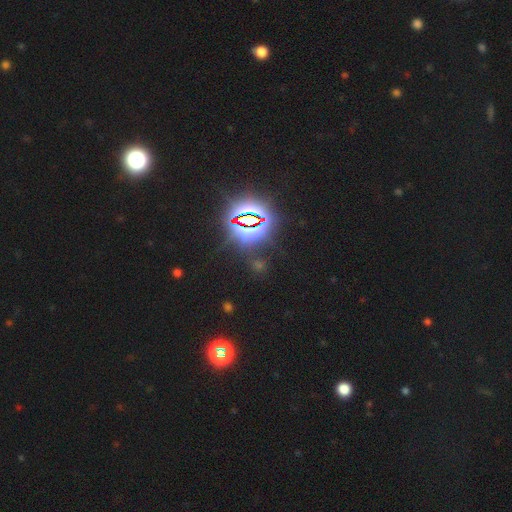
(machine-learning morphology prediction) Smooth or featured? Predicted: star or artifact (p=0.83).